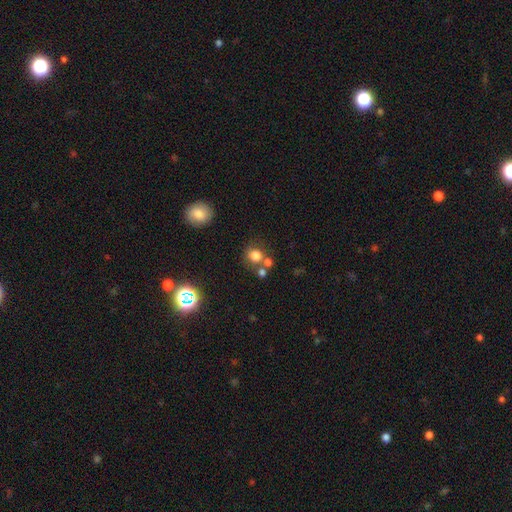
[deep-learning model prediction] This appears to be a smooth galaxy with no disk features (75%) that is round (82%). Merging: none (58%).